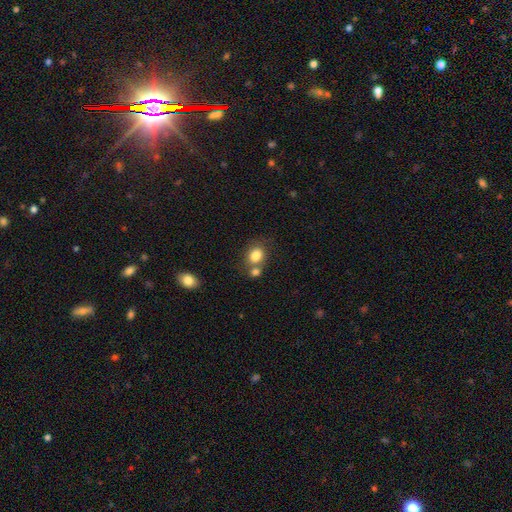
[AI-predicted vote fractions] Smooth or featured? smooth (82%)
How rounded? round (56%)
Merging? none (52%)